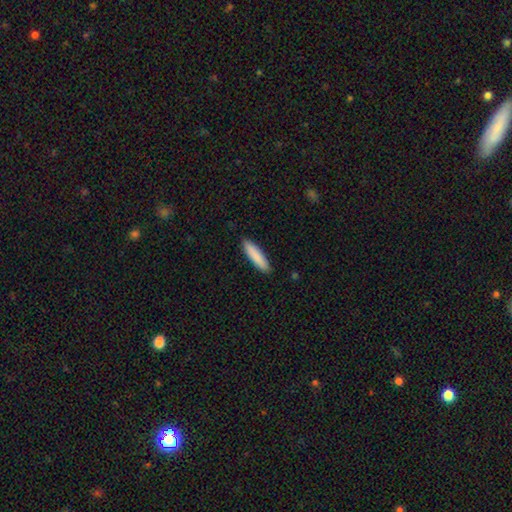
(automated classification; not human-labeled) Smooth or featured? Predicted: smooth (p=0.87). How rounded? Predicted: cigar-shaped (p=0.76). Merging? Predicted: none (p=0.90).